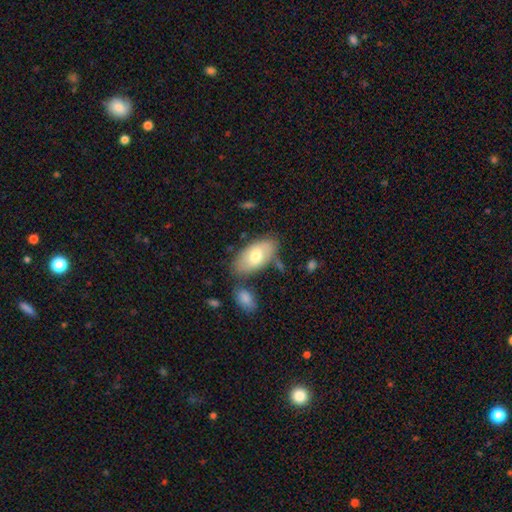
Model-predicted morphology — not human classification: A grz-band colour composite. It shows a smooth galaxy with no disk features (68%) that is in between round and cigar-shaped (94%). Merging: none (68%).